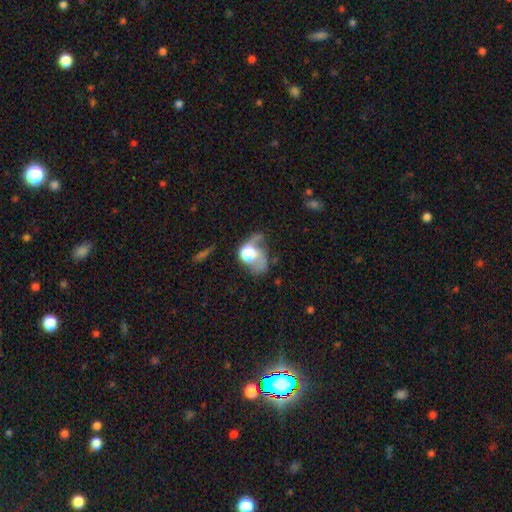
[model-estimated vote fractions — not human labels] A smooth galaxy with no disk features (46%).

Vote fractions:
- Smooth or featured? smooth: 46% / featured or disk: 41% / star or artifact: 13%
- Merging? major disturbance: 49% / none: 24% / minor disturbance: 17% / merger: 10%